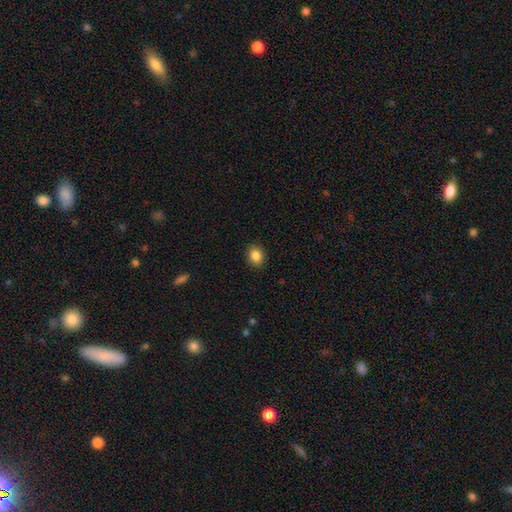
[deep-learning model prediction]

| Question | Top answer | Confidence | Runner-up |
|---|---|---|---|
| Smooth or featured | smooth | 86% | star or artifact (9%) |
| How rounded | round | 57% | in between (42%) |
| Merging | none | 90% | minor disturbance (7%) |